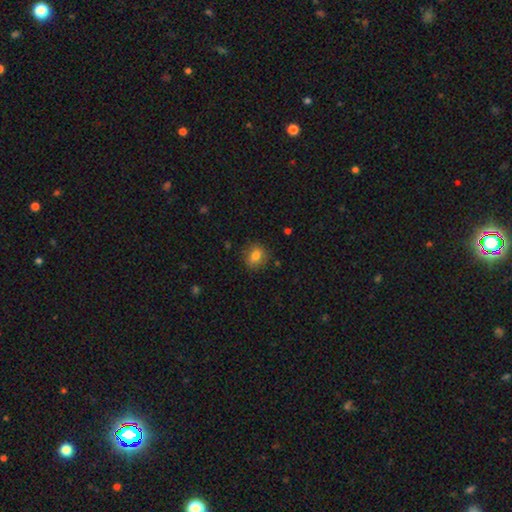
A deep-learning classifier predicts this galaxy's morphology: The model was most divided on "how rounded": round: 68%, in between: 31%, cigar-shaped: 1%. More confident: merging — none (84%); smooth or featured — smooth (81%).